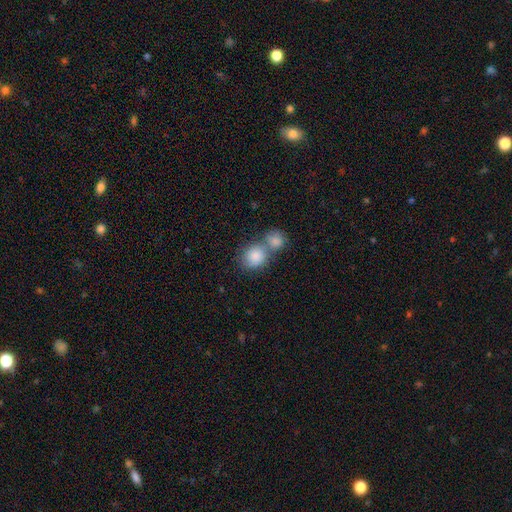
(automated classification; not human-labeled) Morphology: type=smooth (83%); roundness=round (73%); merging=merger (54%).